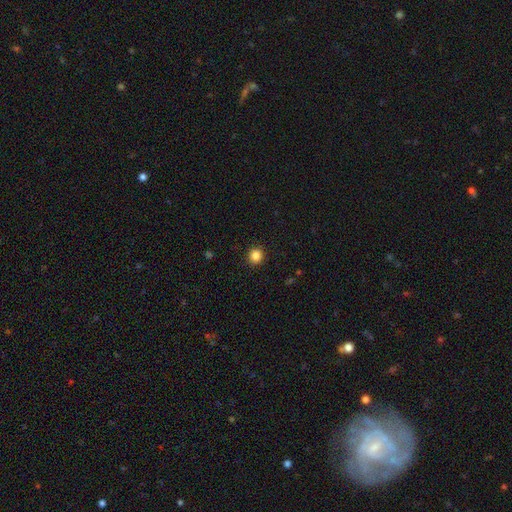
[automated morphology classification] Smooth or featured: smooth — 85% (star or artifact — 11%)
How rounded: round — 92% (in between — 7%)
Merging: none — 92% (minor disturbance — 5%)